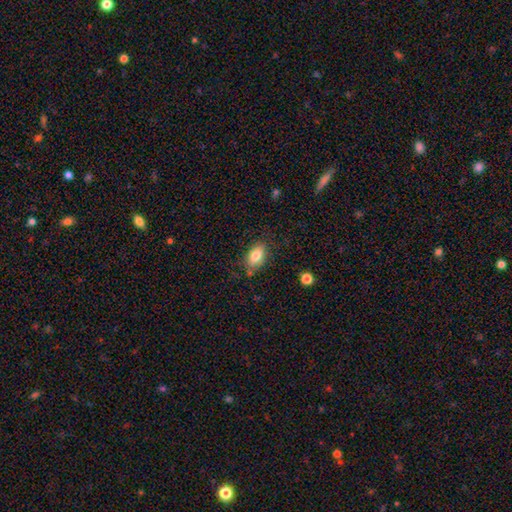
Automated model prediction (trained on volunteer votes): Q: Smooth or featured?
A: smooth (80%); runner-up: featured or disk (13%)
Q: How rounded?
A: in between (88%); runner-up: round (7%)
Q: Merging?
A: none (76%); runner-up: minor disturbance (17%)